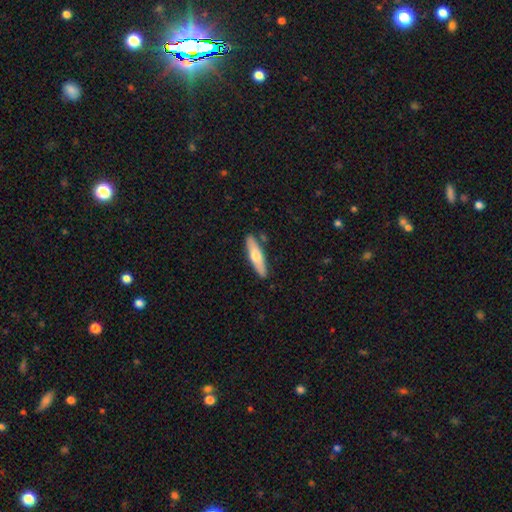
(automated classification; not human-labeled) smooth_or_featured: smooth (p=0.59) [alt: featured or disk p=0.35]
how_rounded: cigar-shaped (p=0.71) [alt: in between p=0.27]
merging: none (p=0.87) [alt: minor disturbance p=0.09]